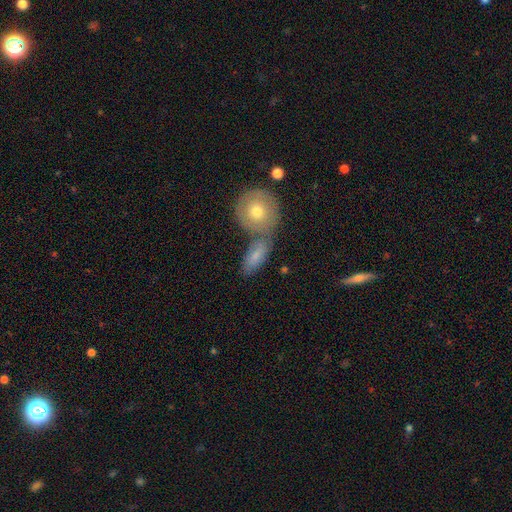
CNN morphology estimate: smooth 68%, featured or disk 25%, star or artifact 7%. Down the decision tree: how rounded — in between (73%); merging — none (43%).